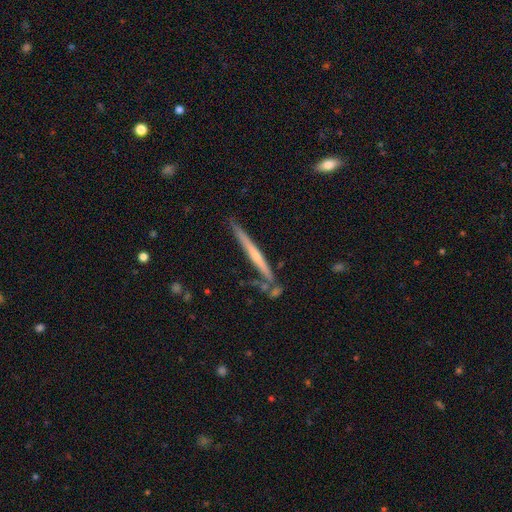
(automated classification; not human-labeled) This appears to be a featured or disk galaxy (59%) viewed edge-on (97%) with no central bulge (63%). Merging: none (77%).